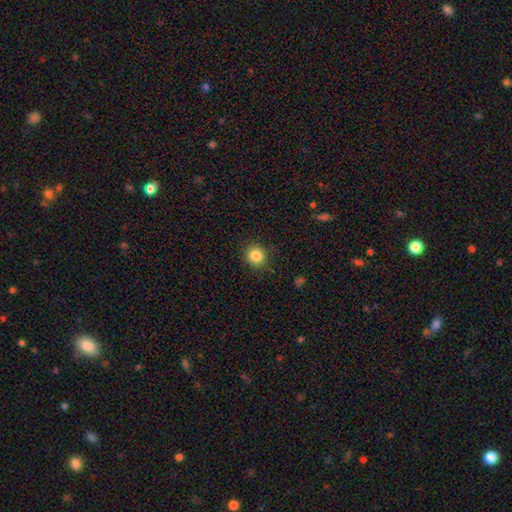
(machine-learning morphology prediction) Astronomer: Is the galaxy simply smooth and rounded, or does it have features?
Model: smooth — 84%.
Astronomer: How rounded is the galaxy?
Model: round — 91%.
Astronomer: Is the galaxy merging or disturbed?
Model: none — 90%.